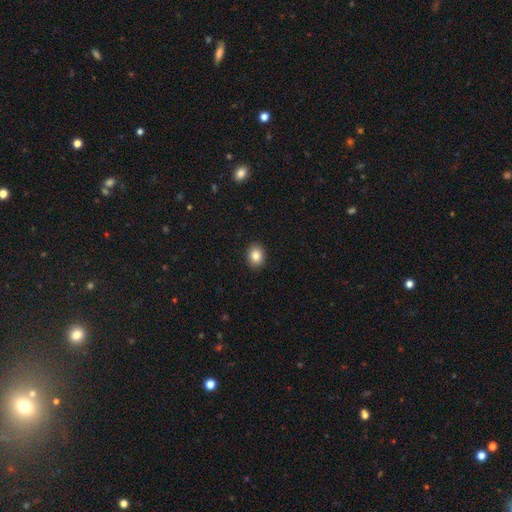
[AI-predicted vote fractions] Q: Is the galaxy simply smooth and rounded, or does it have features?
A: smooth — 85%.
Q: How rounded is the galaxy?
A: in between — 50%.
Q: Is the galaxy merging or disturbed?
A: none — 91%.